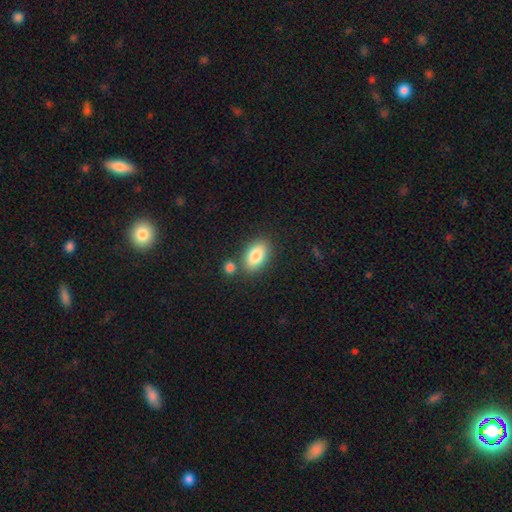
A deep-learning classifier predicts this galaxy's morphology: type=smooth (84%); roundness=in between (91%); merging=none (72%).